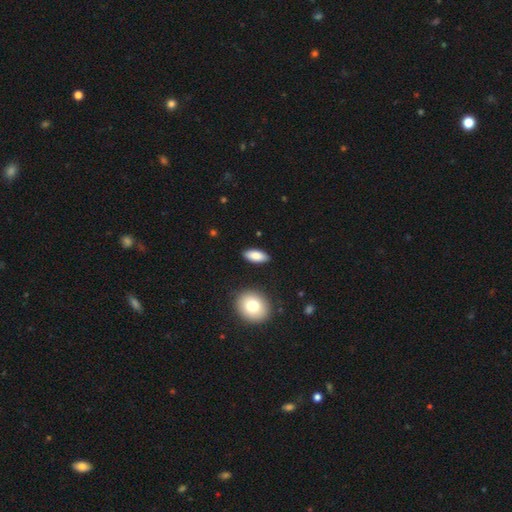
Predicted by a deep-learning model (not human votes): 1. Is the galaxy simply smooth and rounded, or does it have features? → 84% smooth, 10% featured or disk, 7% star or artifact.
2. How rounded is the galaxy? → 87% in between, 10% cigar-shaped, 3% round.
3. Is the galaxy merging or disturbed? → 87% none, 9% minor disturbance, 2% major disturbance, 2% merger.